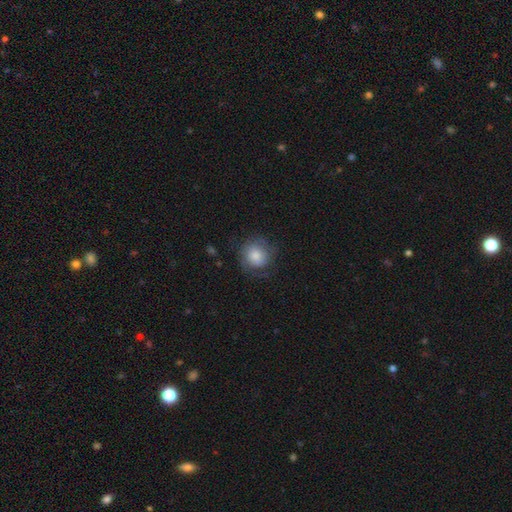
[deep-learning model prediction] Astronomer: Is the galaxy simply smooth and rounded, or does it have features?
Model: smooth — 71%.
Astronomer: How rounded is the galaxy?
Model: round — 86%.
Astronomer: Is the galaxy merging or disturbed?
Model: none — 64%.